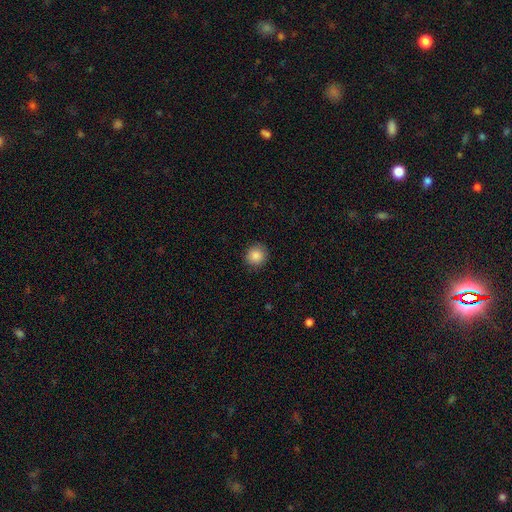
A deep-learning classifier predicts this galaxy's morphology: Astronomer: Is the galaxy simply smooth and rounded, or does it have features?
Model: smooth — 88%.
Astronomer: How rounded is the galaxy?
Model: round — 90%.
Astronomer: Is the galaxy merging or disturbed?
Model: none — 89%.